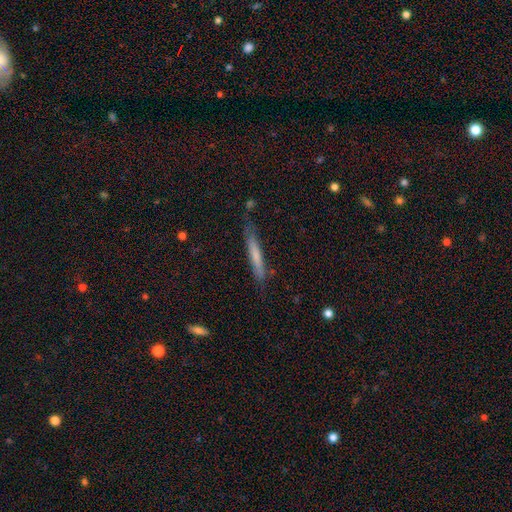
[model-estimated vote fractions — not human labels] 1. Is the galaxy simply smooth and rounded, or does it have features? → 62% smooth, 31% featured or disk, 7% star or artifact.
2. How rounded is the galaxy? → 95% cigar-shaped, 4% in between, 1% round.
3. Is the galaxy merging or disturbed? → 76% none, 18% minor disturbance, 4% major disturbance, 2% merger.